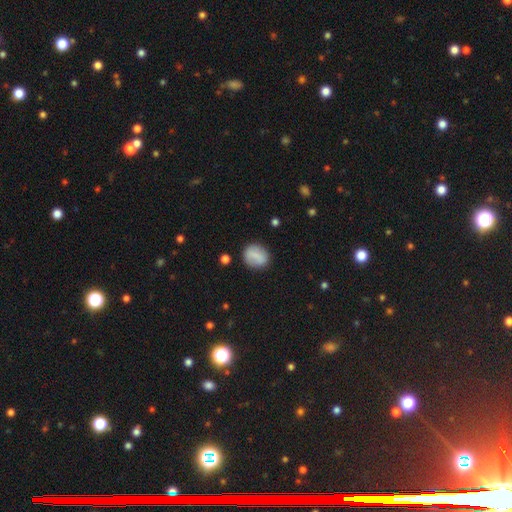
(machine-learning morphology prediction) A smooth galaxy with no disk features (77%) that is round (64%).

Vote fractions:
- Smooth or featured? smooth: 77% / featured or disk: 15% / star or artifact: 8%
- How rounded? round: 64% / in between: 34% / cigar-shaped: 2%
- Merging? none: 82% / minor disturbance: 12% / major disturbance: 4% / merger: 2%